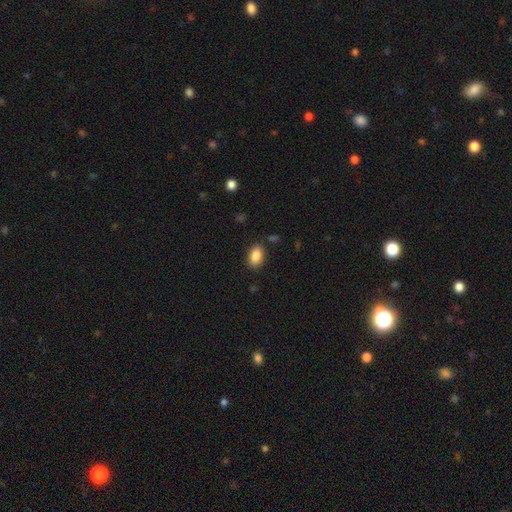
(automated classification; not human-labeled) The model was most divided on "merging": none: 86%, minor disturbance: 9%, major disturbance: 2%, merger: 2%. More confident: how rounded — in between (91%); smooth or featured — smooth (88%).